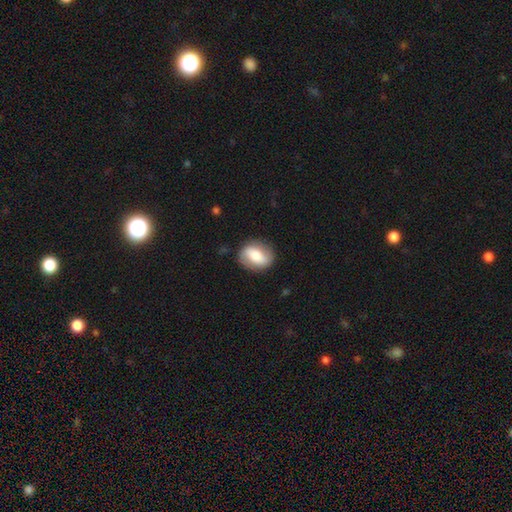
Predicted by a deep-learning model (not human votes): smooth-or-featured: smooth: 52% | featured or disk: 41% | star or artifact: 7%
  how-rounded: in between: 56% | round: 42% | cigar-shaped: 2%
  merging: none: 83% | minor disturbance: 12% | major disturbance: 4% | merger: 1%